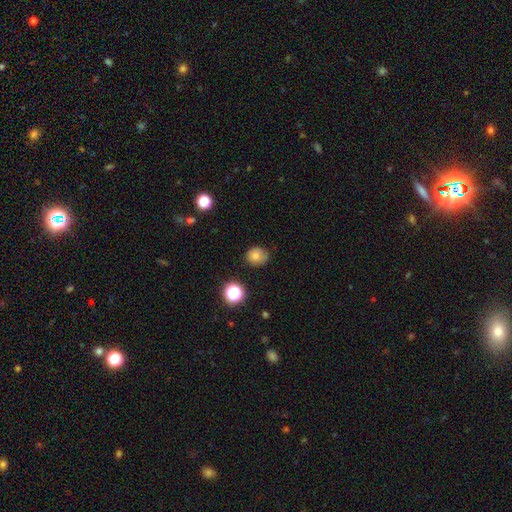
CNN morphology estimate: type=smooth (77%); roundness=round (76%); merging=none (77%).